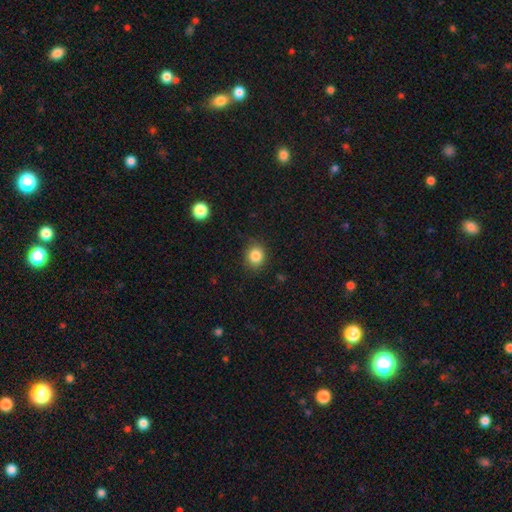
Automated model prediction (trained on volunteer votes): A smooth galaxy with no disk features (84%) that is round (79%). Merging: none (86%).